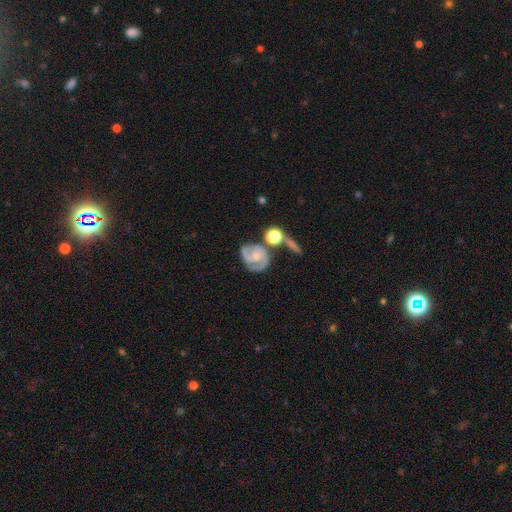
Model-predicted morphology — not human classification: Smooth or featured: featured or disk — 78% (smooth — 15%)
Edge-on disk: no — 97% (yes — 3%)
Bar: no — 65% (weak — 28%)
Spiral arms: yes — 93% (no — 7%)
Spiral winding: tight — 45% (medium — 42%)
Spiral arm count: 2 — 62% (3 — 14%)
Bulge size: small — 53% (moderate — 31%)
Merging: none — 46% (minor disturbance — 21%)